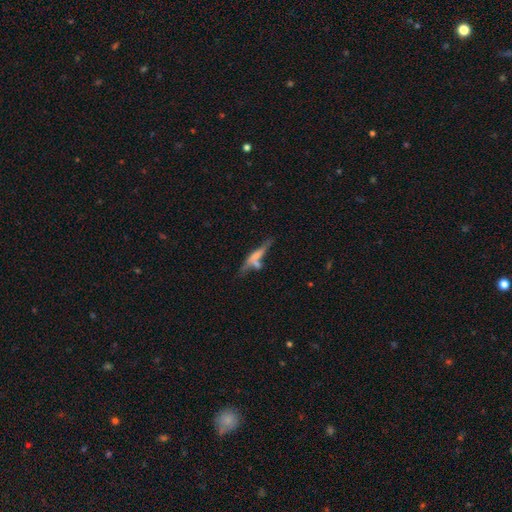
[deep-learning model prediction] A smooth galaxy with no disk features (47%). Merging: merger (37%).